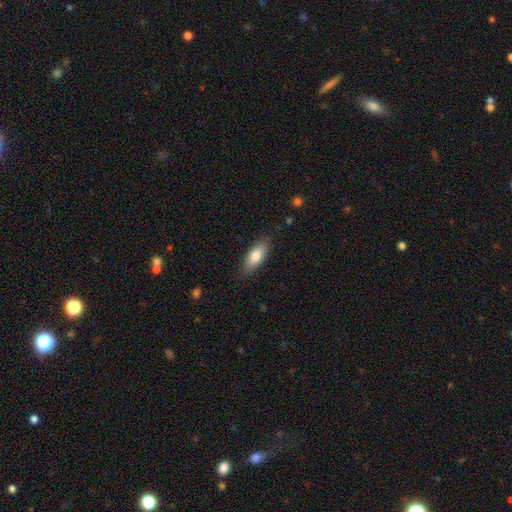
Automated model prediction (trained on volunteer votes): smooth 78%, featured or disk 16%, star or artifact 6%. Down the decision tree: how rounded — in between (76%); merging — none (84%).